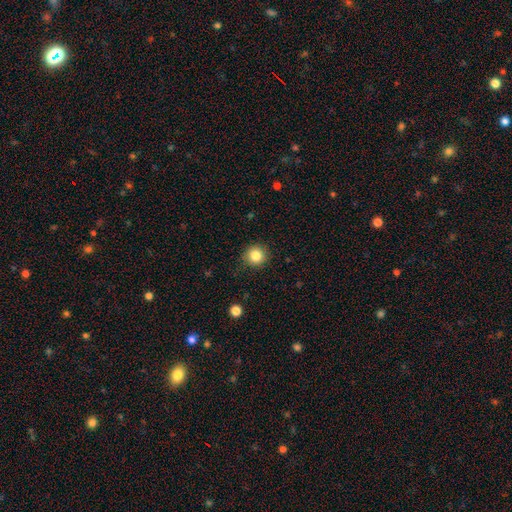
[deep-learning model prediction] Overall: smooth (83%). How rounded: round (93%). Merging: none (88%).